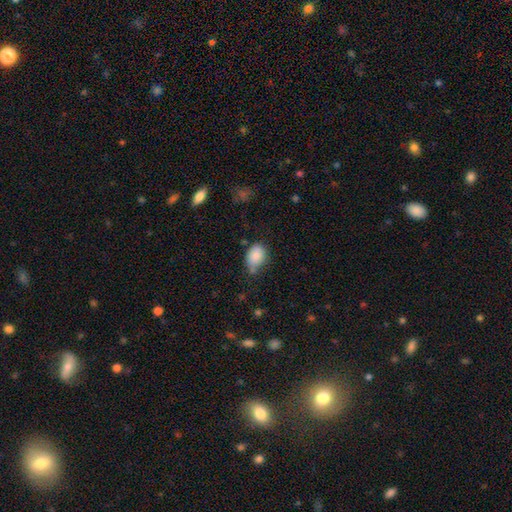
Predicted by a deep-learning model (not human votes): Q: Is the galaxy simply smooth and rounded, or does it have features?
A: smooth — 86%.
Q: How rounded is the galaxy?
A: in between — 72%.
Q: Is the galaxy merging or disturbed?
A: none — 52%.